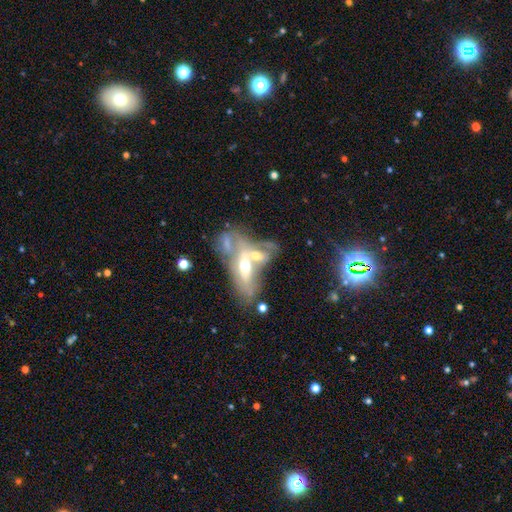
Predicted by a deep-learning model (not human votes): Smooth or featured? Predicted: featured or disk (p=0.60). Edge-on disk? Predicted: no (p=0.85). Bar? Predicted: no (p=0.76). Spiral arms? Predicted: no (p=0.70). Bulge size? Predicted: moderate (p=0.68). Merging? Predicted: merger (p=0.70).